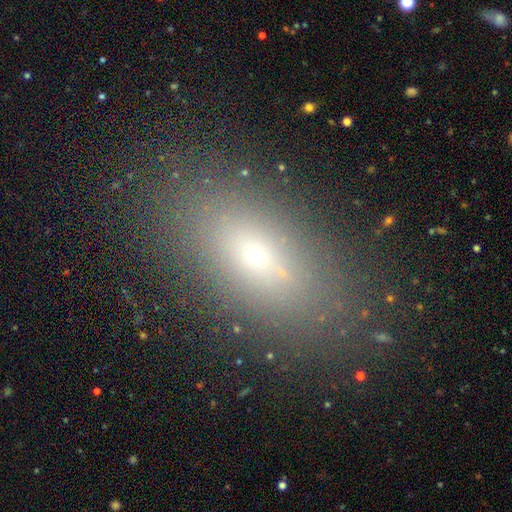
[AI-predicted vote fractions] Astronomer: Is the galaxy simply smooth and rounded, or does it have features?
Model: smooth — 63%.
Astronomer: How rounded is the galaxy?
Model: in between — 79%.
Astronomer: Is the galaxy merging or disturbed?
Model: none — 81%.